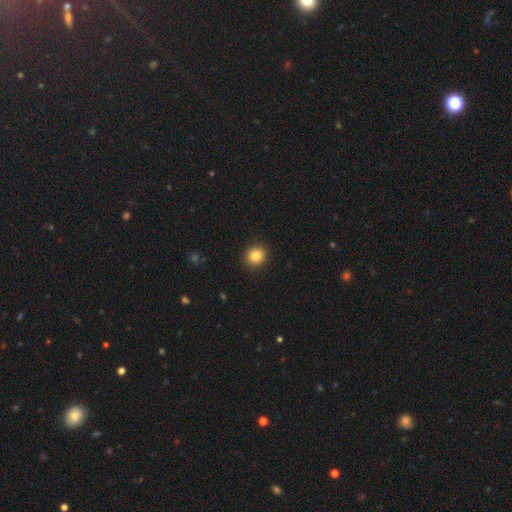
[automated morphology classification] A smooth galaxy with no disk features (85%) that is round (85%). Merging: none (91%).